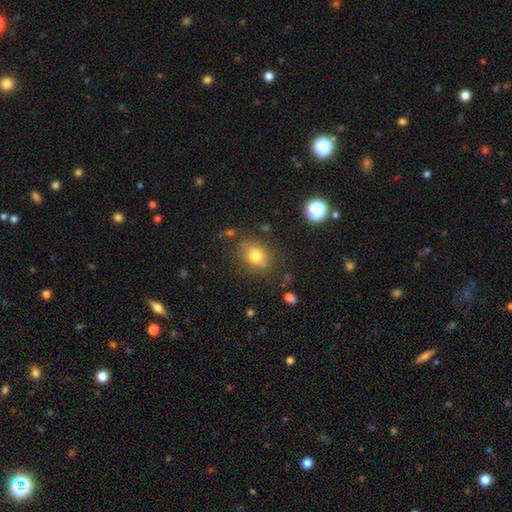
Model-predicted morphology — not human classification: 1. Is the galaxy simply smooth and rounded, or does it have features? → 78% smooth, 12% star or artifact, 10% featured or disk.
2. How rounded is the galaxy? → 56% in between, 43% round, 1% cigar-shaped.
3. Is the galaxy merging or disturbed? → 80% none, 14% minor disturbance, 4% major disturbance, 3% merger.